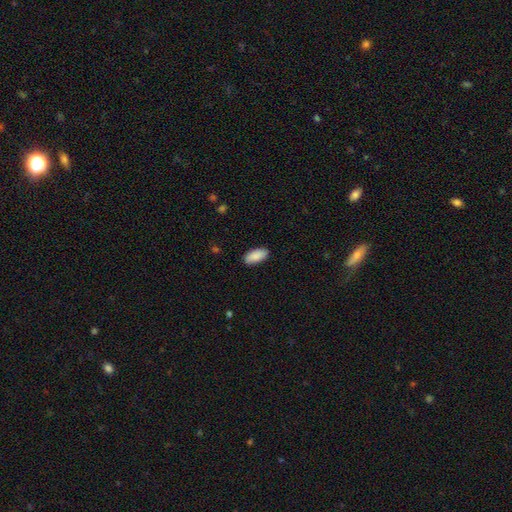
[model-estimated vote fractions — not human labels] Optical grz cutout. It shows a smooth galaxy with no disk features (89%) that is in between round and cigar-shaped (89%). Merging: none (88%).